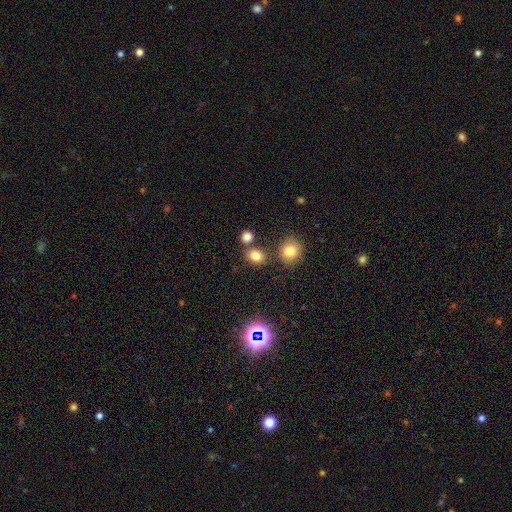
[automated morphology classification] Smooth or featured? smooth (79%)
How rounded? round (64%)
Merging? none (73%)